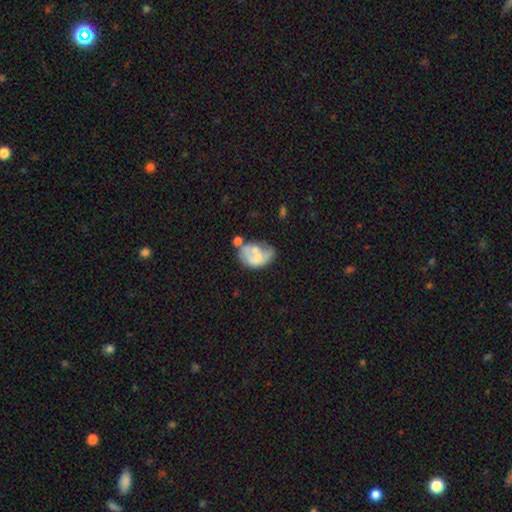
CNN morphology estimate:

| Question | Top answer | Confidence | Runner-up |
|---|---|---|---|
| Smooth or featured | smooth | 46% | featured or disk (45%) |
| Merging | none | 28% | minor disturbance (26%) |